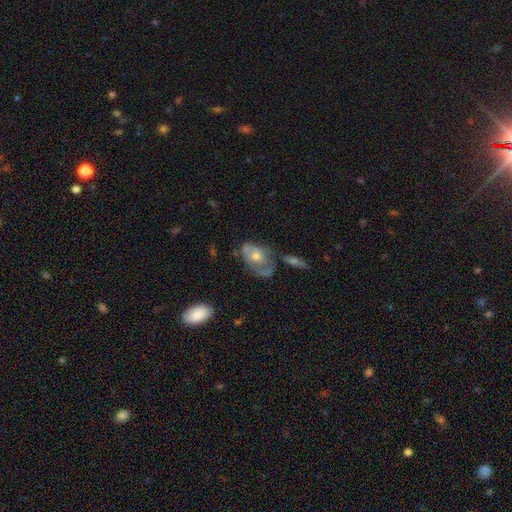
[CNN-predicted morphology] A featured or disk galaxy (55%) with no bar (85%), no spiral arms (58%) and a moderate central bulge (64%). Merging: none (39%).